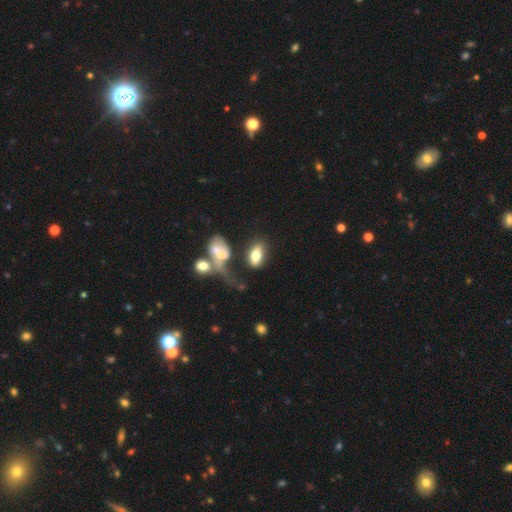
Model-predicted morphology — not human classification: A smooth galaxy with no disk features (70%) that is in between round and cigar-shaped (88%).

Vote fractions:
- Smooth or featured? smooth: 70% / featured or disk: 22% / star or artifact: 8%
- How rounded? in between: 88% / round: 7% / cigar-shaped: 5%
- Merging? none: 45% / merger: 25% / minor disturbance: 16% / major disturbance: 15%